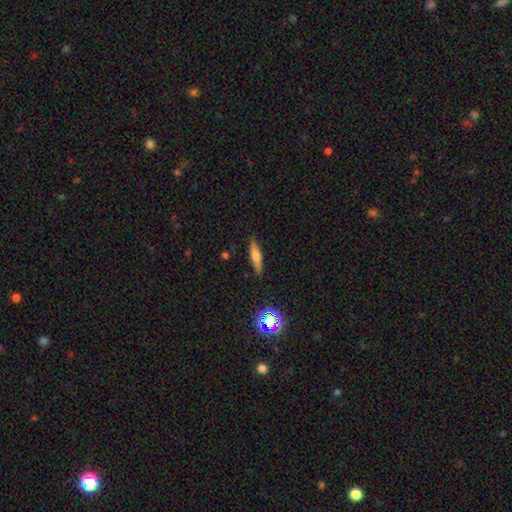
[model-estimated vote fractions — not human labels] Smooth or featured: smooth — 57% (featured or disk — 34%)
How rounded: cigar-shaped — 79% (in between — 18%)
Merging: none — 87% (minor disturbance — 9%)